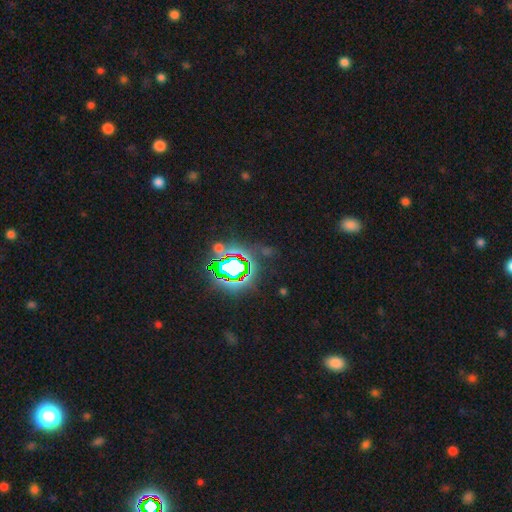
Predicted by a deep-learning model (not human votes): This appears to be a star or artifact, not a galaxy (80%).